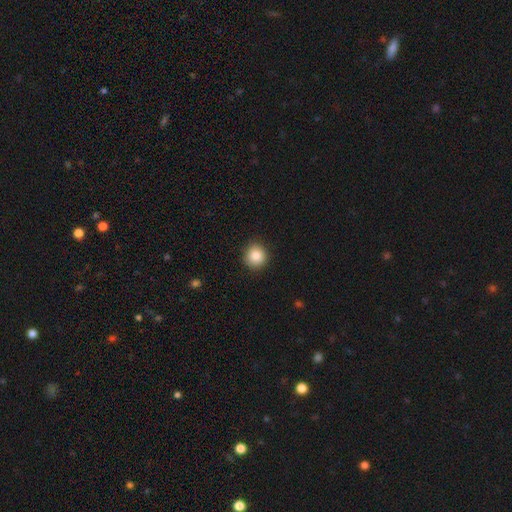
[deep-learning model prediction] A smooth galaxy with no disk features (87%) that is round (91%).

Vote fractions:
- Smooth or featured? smooth: 87% / star or artifact: 9% / featured or disk: 4%
- How rounded? round: 91% / in between: 8% / cigar-shaped: 1%
- Merging? none: 90% / minor disturbance: 7% / major disturbance: 2% / merger: 1%